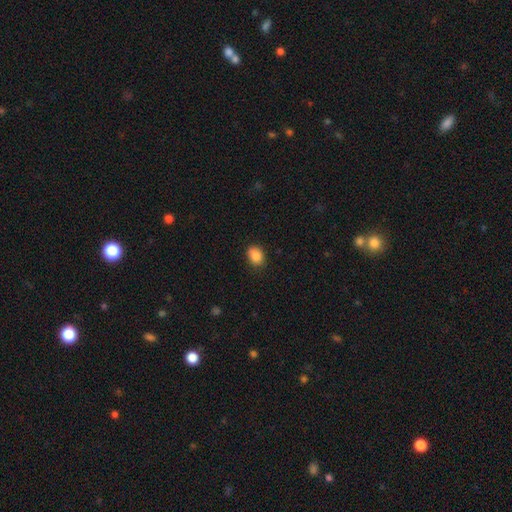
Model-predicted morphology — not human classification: Overall: smooth (86%). How rounded: in between (63%; round 36%). Merging: none (75%).